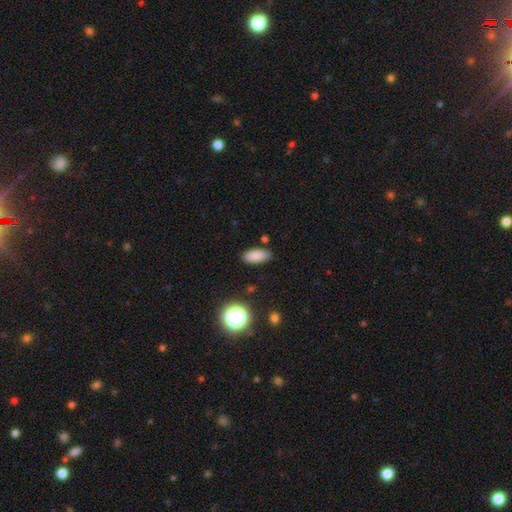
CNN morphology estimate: This appears to be a smooth galaxy with no disk features (85%) that is in between round and cigar-shaped (83%). Merging: none (85%).